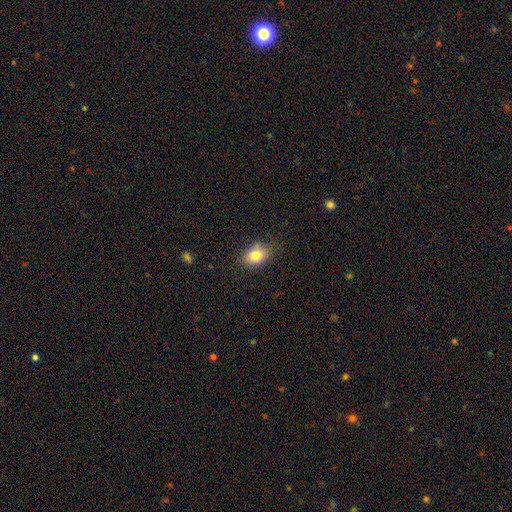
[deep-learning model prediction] smooth-or-featured: smooth: 80% | featured or disk: 11% | star or artifact: 10%
  how-rounded: in between: 73% | round: 26% | cigar-shaped: 1%
  merging: none: 78% | minor disturbance: 17% | major disturbance: 4% | merger: 1%